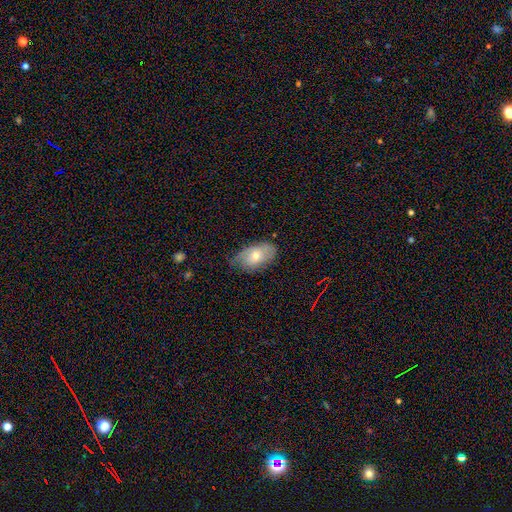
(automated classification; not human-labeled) smooth_or_featured: smooth (p=0.52) [alt: featured or disk p=0.39]
how_rounded: in between (p=0.91) [alt: round p=0.07]
merging: none (p=0.63) [alt: minor disturbance p=0.29]